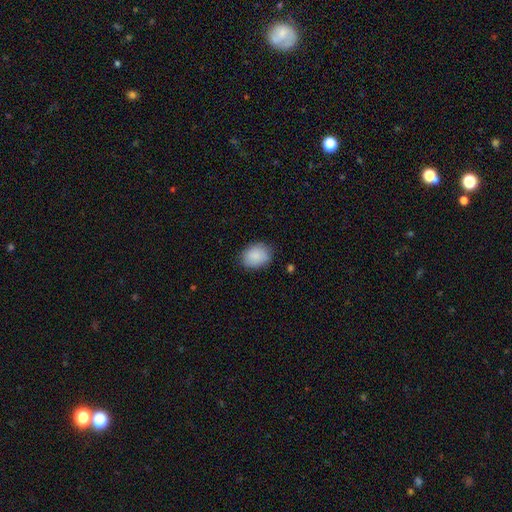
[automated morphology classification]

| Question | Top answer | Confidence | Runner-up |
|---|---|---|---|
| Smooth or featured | smooth | 87% | star or artifact (7%) |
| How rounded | in between | 65% | round (34%) |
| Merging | none | 79% | minor disturbance (16%) |